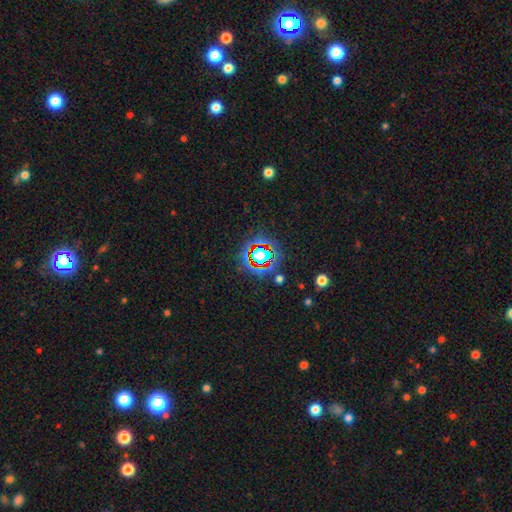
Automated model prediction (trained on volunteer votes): smooth_or_featured: star or artifact (p=0.78) [alt: smooth p=0.13]